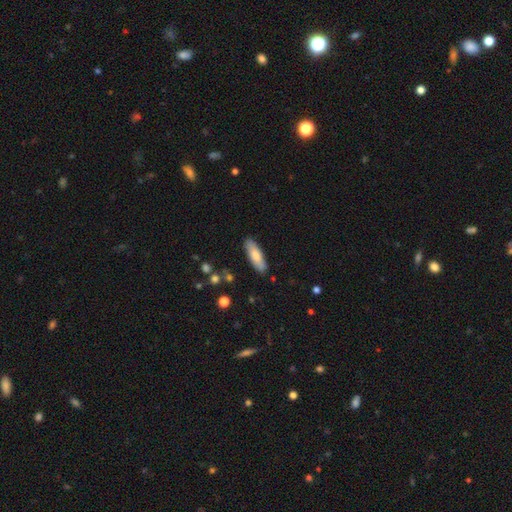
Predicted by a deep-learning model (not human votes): Smooth or featured? smooth (76%)
How rounded? in between (52%)
Merging? none (86%)